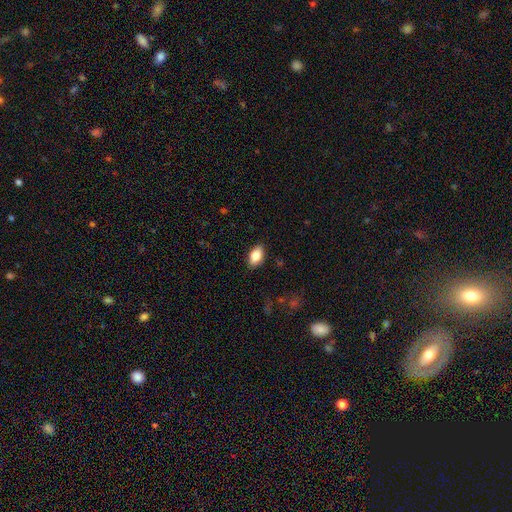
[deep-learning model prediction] Morphology: type=smooth (83%); roundness=in between (91%); merging=none (87%).